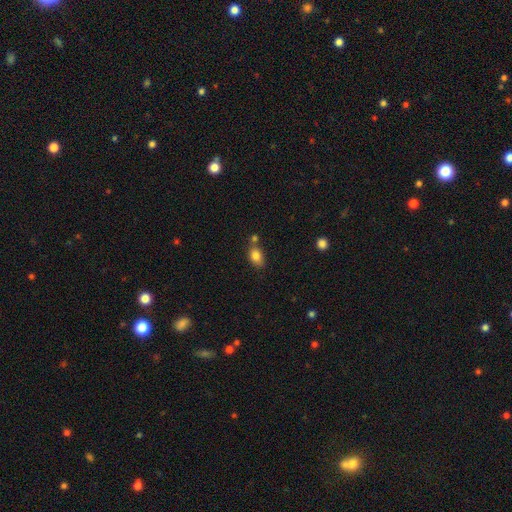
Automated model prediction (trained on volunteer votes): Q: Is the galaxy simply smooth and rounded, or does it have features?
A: smooth — 83%.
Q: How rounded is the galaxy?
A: in between — 81%.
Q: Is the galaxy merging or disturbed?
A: none — 59%.